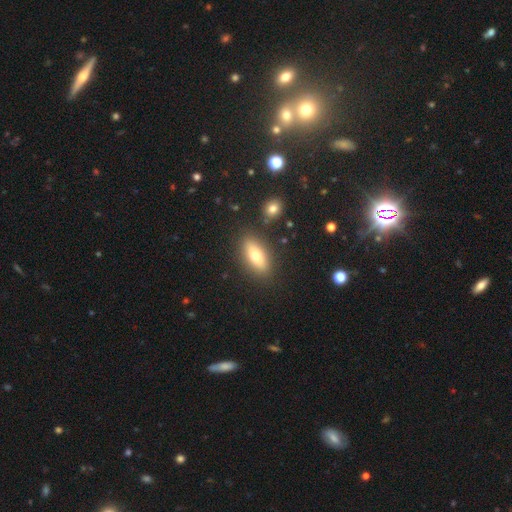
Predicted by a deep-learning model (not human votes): smooth-or-featured: smooth: 64% | featured or disk: 28% | star or artifact: 8%
  how-rounded: in between: 69% | cigar-shaped: 27% | round: 4%
  merging: none: 85% | minor disturbance: 9% | merger: 3% | major disturbance: 3%